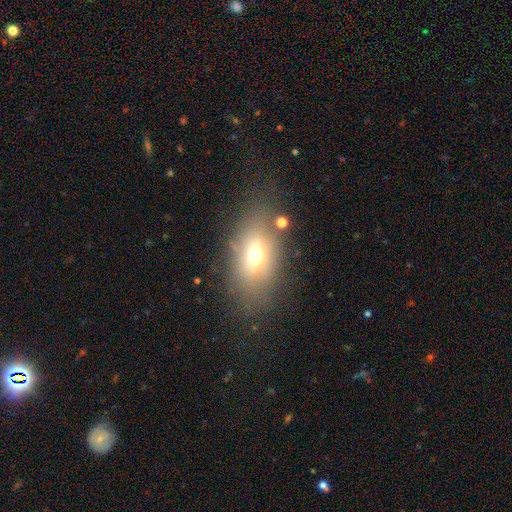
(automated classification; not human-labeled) A smooth galaxy with no disk features (61%) that is in between round and cigar-shaped (79%). Merging: none (70%).